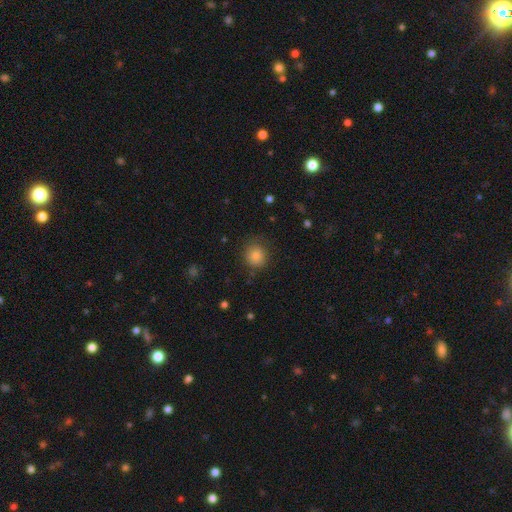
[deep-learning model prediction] A smooth galaxy with no disk features (81%) that is round (88%).

Vote fractions:
- Smooth or featured? smooth: 81% / star or artifact: 13% / featured or disk: 7%
- How rounded? round: 88% / in between: 11% / cigar-shaped: 1%
- Merging? none: 80% / minor disturbance: 14% / major disturbance: 5% / merger: 1%